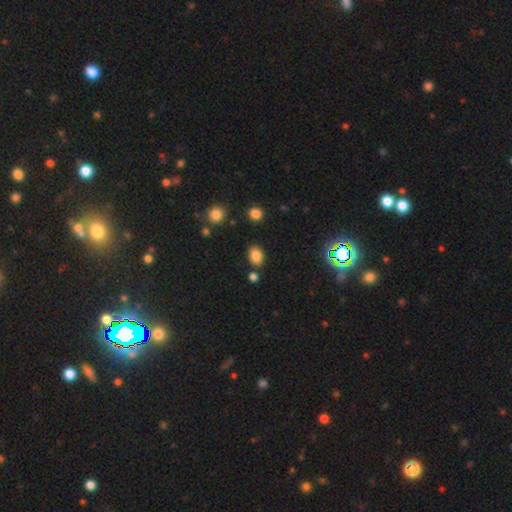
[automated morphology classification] Smooth or featured?
  - smooth: 84% *
  - star or artifact: 11%
  - featured or disk: 5%
How rounded?
  - in between: 72% *
  - round: 27%
  - cigar-shaped: 1%
Merging?
  - none: 81% *
  - minor disturbance: 10%
  - merger: 6%
  - major disturbance: 3%